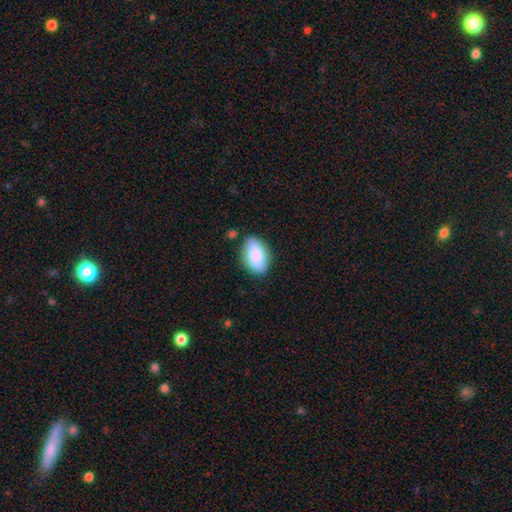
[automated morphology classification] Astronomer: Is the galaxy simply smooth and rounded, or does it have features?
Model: smooth — 84%.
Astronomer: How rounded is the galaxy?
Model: in between — 89%.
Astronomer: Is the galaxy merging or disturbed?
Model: none — 76%.